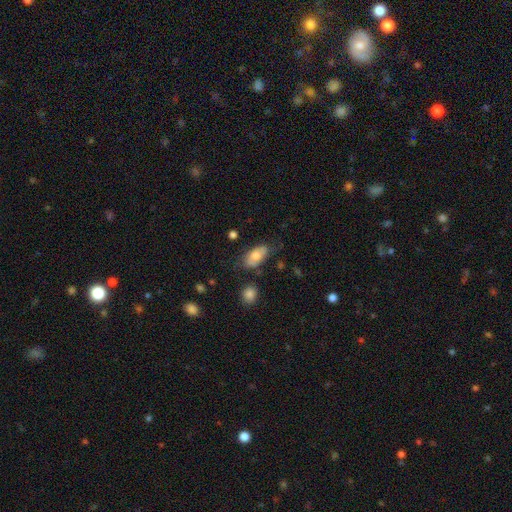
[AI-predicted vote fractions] smooth_or_featured: smooth (p=0.66) [alt: featured or disk p=0.27]
how_rounded: in between (p=0.90) [alt: cigar-shaped p=0.05]
merging: none (p=0.63) [alt: minor disturbance p=0.25]